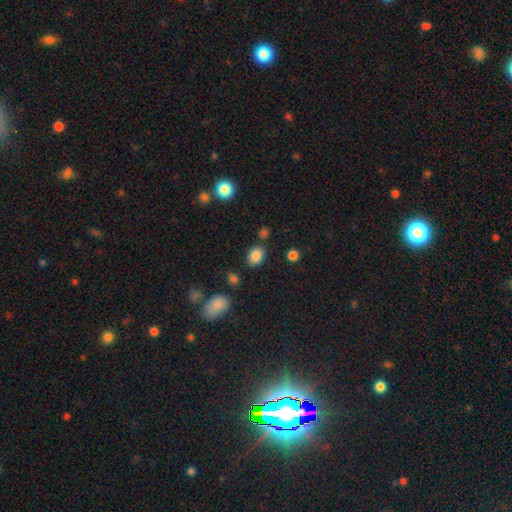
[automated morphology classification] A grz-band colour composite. It shows a smooth galaxy with no disk features (85%) that is in between round and cigar-shaped (64%). Merging: none (77%).